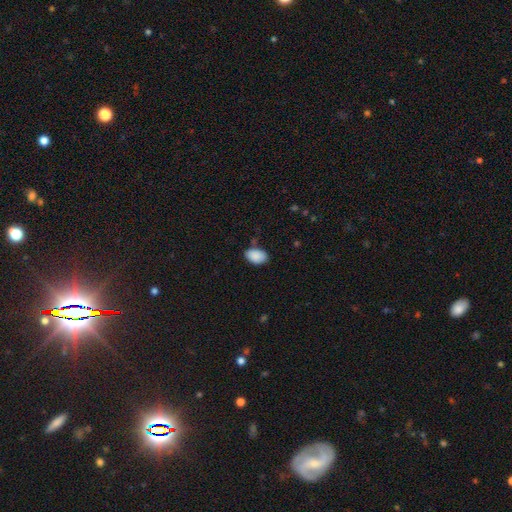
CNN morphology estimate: Smooth or featured?
  - smooth: 89% *
  - star or artifact: 7%
  - featured or disk: 4%
How rounded?
  - in between: 90% *
  - round: 9%
  - cigar-shaped: 1%
Merging?
  - none: 76% *
  - minor disturbance: 17%
  - major disturbance: 3%
  - merger: 3%